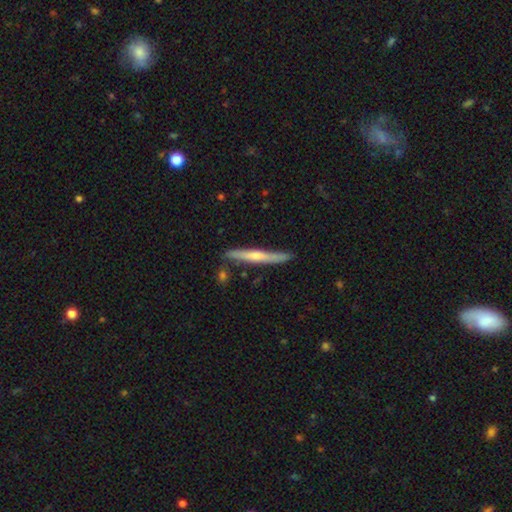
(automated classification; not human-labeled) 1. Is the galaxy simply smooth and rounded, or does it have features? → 69% featured or disk, 25% smooth, 6% star or artifact.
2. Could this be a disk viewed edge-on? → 96% yes, 4% no.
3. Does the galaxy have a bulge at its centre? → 76% rounded, 17% none, 7% boxy.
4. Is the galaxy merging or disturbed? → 84% none, 11% minor disturbance, 3% merger, 2% major disturbance.